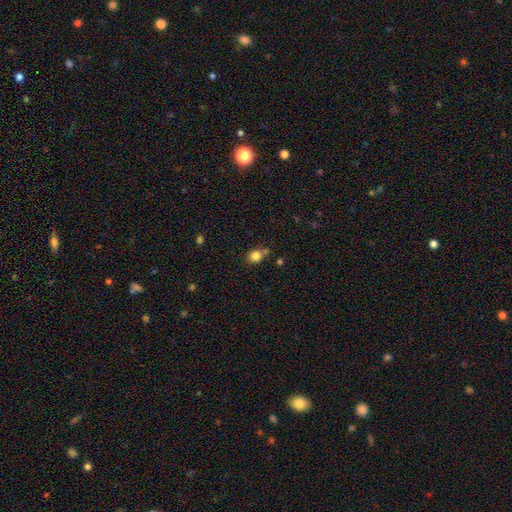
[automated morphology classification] smooth-or-featured: smooth: 82% | star or artifact: 12% | featured or disk: 6%
  how-rounded: round: 70% | in between: 29% | cigar-shaped: 1%
  merging: none: 63% | minor disturbance: 16% | merger: 16% | major disturbance: 5%